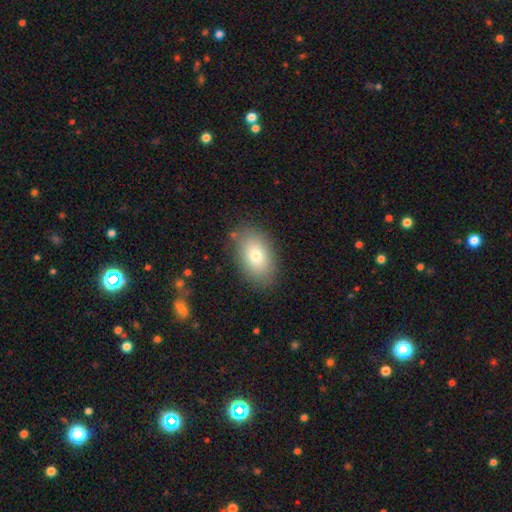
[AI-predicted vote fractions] Q: Smooth or featured?
A: smooth (76%); runner-up: featured or disk (15%)
Q: How rounded?
A: in between (88%); runner-up: round (11%)
Q: Merging?
A: none (83%); runner-up: minor disturbance (12%)